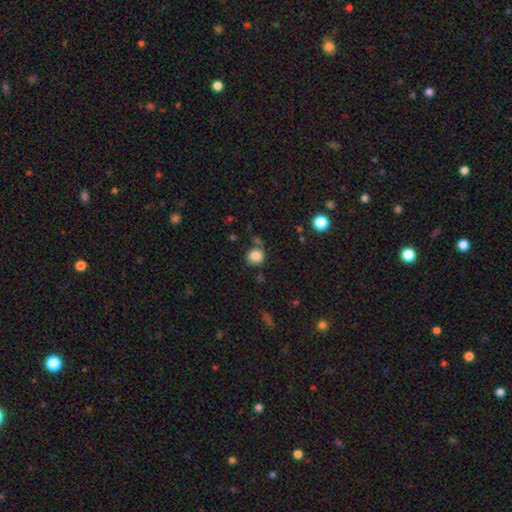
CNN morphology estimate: type=smooth (84%); roundness=round (85%); merging=none (68%).